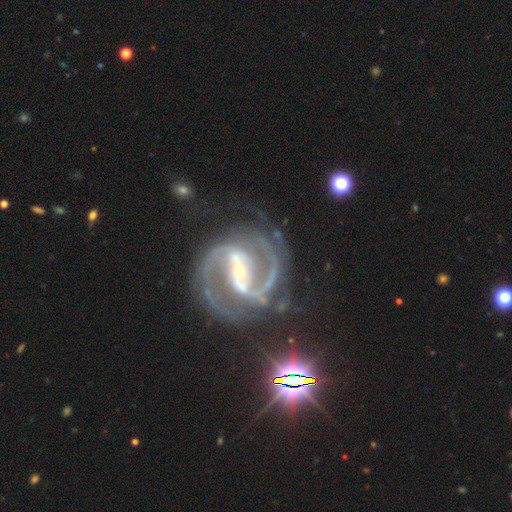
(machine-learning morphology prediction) This appears to be a featured or disk galaxy (93%) with a strong bar (63%), 2 (92%) medium (63%) spiral arms (99%) and a small central bulge (68%). Merging: none (71%).